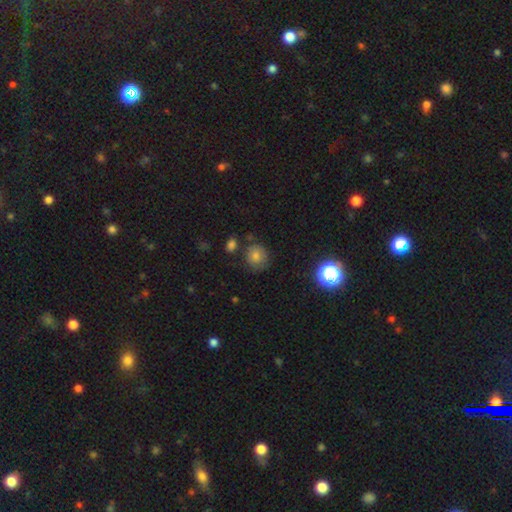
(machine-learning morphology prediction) smooth 73%, star or artifact 16%, featured or disk 11%. Down the decision tree: how rounded — round (85%); merging — none (74%).